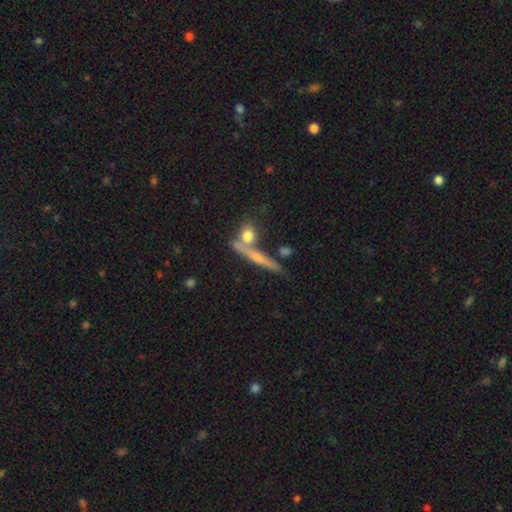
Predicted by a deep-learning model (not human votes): Smooth or featured?
  - featured or disk: 58% *
  - smooth: 32%
  - star or artifact: 9%
Edge-on disk?
  - yes: 92% *
  - no: 8%
Edge-on bulge?
  - rounded: 60% *
  - none: 32%
  - boxy: 8%
Merging?
  - none: 67% *
  - merger: 20%
  - minor disturbance: 9%
  - major disturbance: 4%